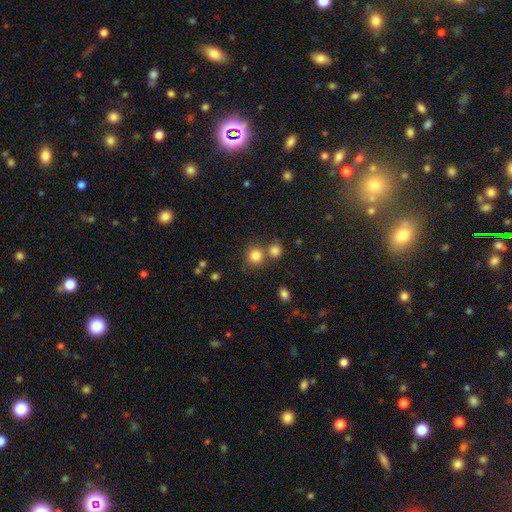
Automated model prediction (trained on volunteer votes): smooth 82%, star or artifact 12%, featured or disk 6%. Down the decision tree: how rounded — round (90%); merging — none (66%).